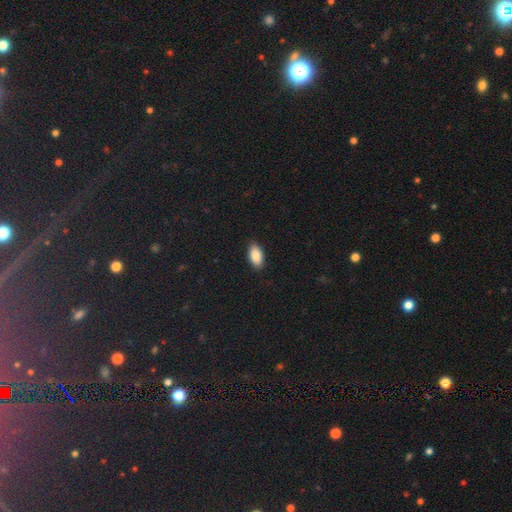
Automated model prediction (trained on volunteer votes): This appears to be a smooth galaxy with no disk features (88%) that is in between round and cigar-shaped (94%). Merging: none (89%).